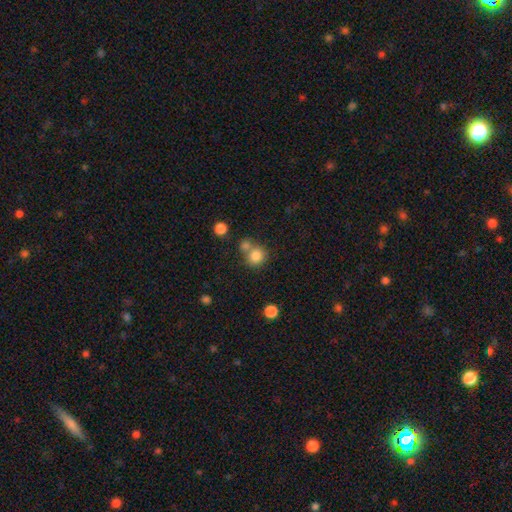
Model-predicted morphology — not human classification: Q: Smooth or featured?
A: smooth (81%); runner-up: star or artifact (12%)
Q: How rounded?
A: round (86%); runner-up: in between (13%)
Q: Merging?
A: none (55%); runner-up: merger (33%)